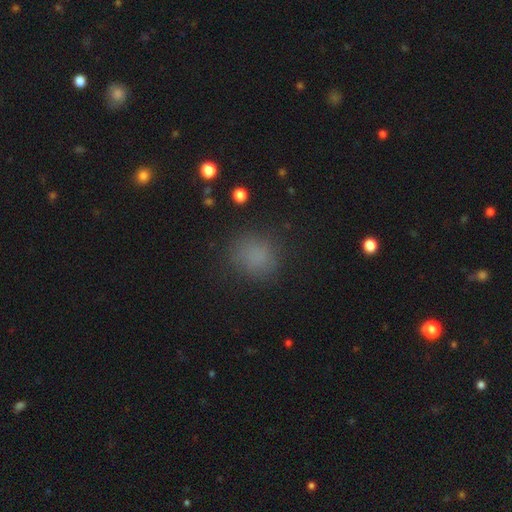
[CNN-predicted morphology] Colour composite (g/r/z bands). It shows a smooth galaxy with no disk features (78%) that is round (78%). Merging: none (81%).